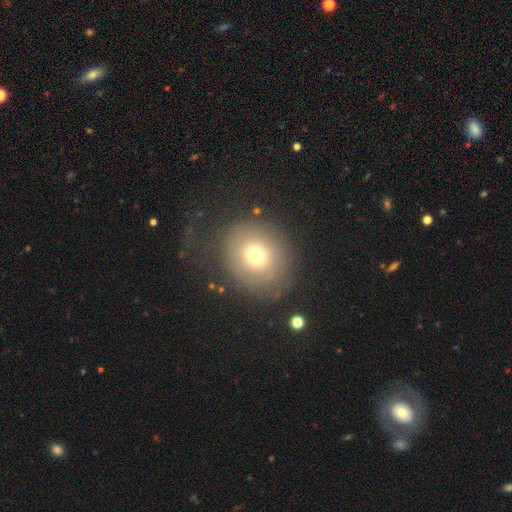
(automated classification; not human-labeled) Smooth or featured? Predicted: smooth (p=0.70). How rounded? Predicted: round (p=0.77). Merging? Predicted: none (p=0.71).